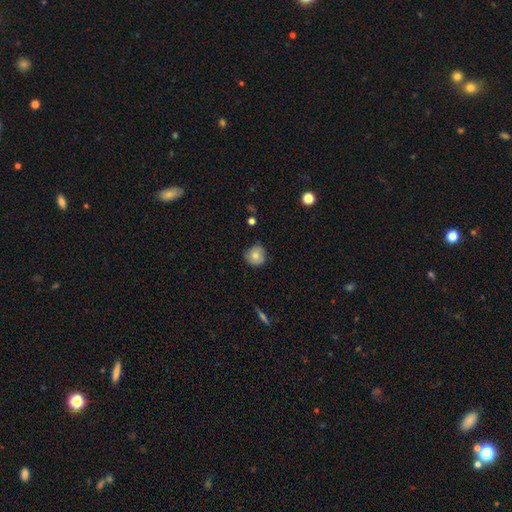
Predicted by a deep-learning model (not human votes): smooth-or-featured: smooth: 77% | featured or disk: 15% | star or artifact: 9%
  how-rounded: round: 88% | in between: 11% | cigar-shaped: 1%
  merging: none: 73% | minor disturbance: 23% | major disturbance: 3% | merger: 1%